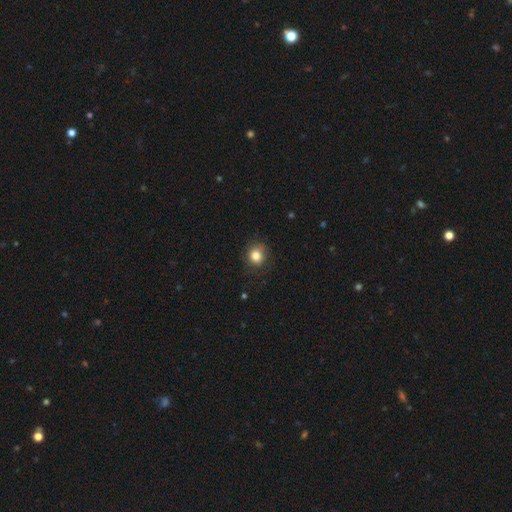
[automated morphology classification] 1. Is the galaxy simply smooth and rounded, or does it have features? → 82% smooth, 11% star or artifact, 7% featured or disk.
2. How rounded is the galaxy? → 81% round, 18% in between, 1% cigar-shaped.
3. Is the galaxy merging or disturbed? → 82% none, 13% minor disturbance, 4% major disturbance, 1% merger.